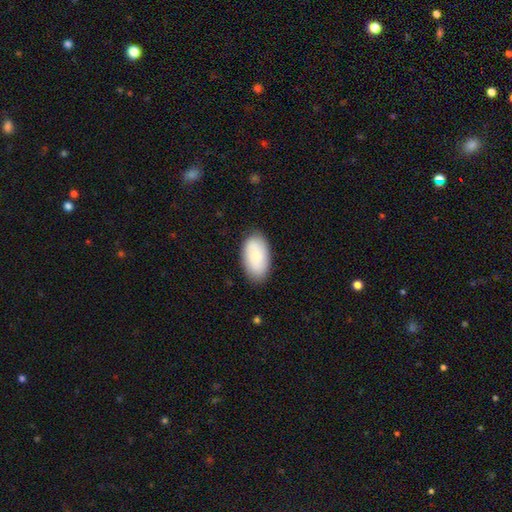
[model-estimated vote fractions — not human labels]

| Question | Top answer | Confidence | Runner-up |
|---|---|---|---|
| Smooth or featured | smooth | 82% | featured or disk (12%) |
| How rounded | in between | 95% | round (3%) |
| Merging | none | 83% | minor disturbance (13%) |